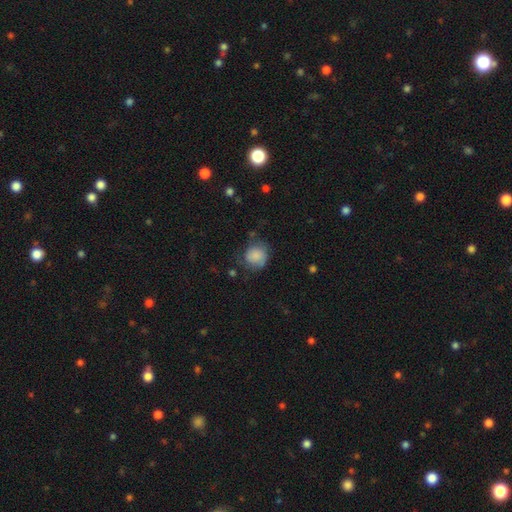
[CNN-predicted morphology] A smooth galaxy with no disk features (79%) that is round (82%). Merging: none (56%).